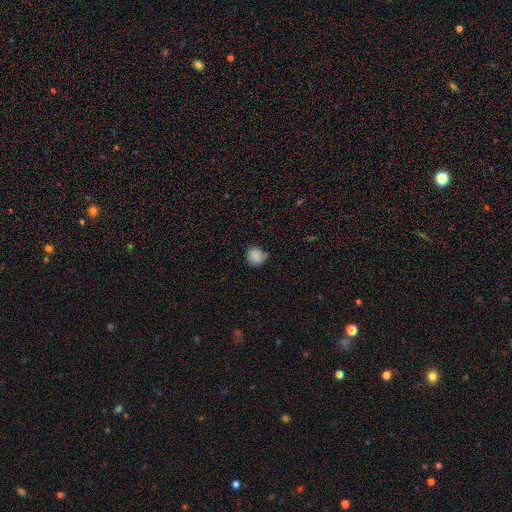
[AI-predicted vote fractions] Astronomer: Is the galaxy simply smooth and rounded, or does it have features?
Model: smooth — 82%.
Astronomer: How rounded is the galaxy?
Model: round — 85%.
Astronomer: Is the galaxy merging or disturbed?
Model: none — 69%.